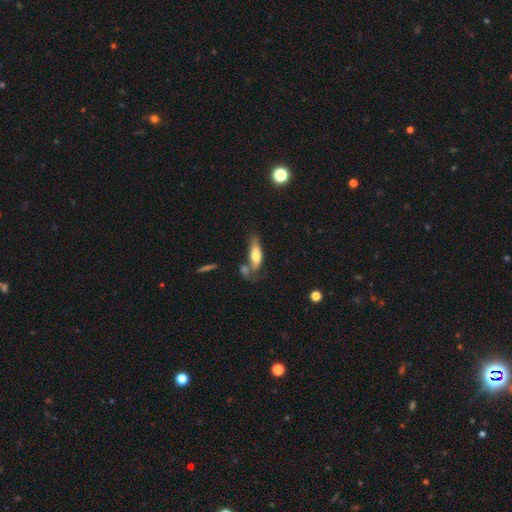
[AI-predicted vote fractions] Q: Smooth or featured?
A: smooth (62%); runner-up: featured or disk (32%)
Q: How rounded?
A: in between (61%); runner-up: cigar-shaped (37%)
Q: Merging?
A: none (43%); runner-up: merger (24%)